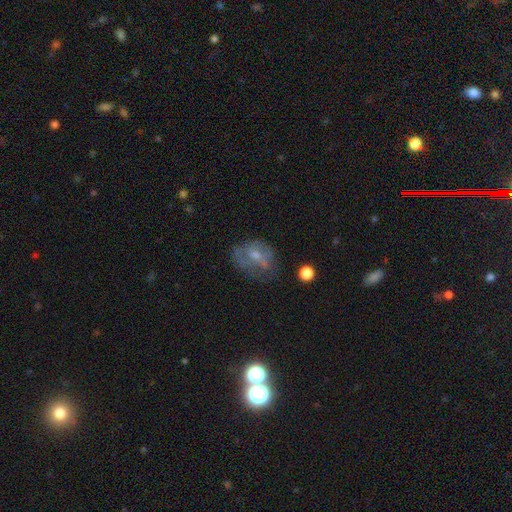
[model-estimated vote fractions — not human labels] Overall: featured or disk (49%; smooth 41%). Merging: none (42%; minor disturbance 27%).